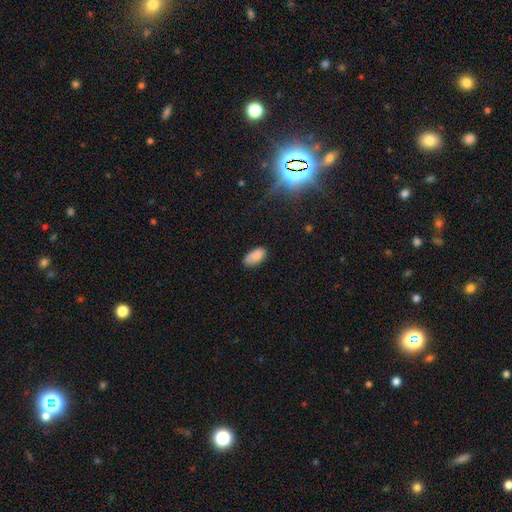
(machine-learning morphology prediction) This is clearly a smooth galaxy (85%). How rounded: clearly in between (93%). Merging: likely none (74%).